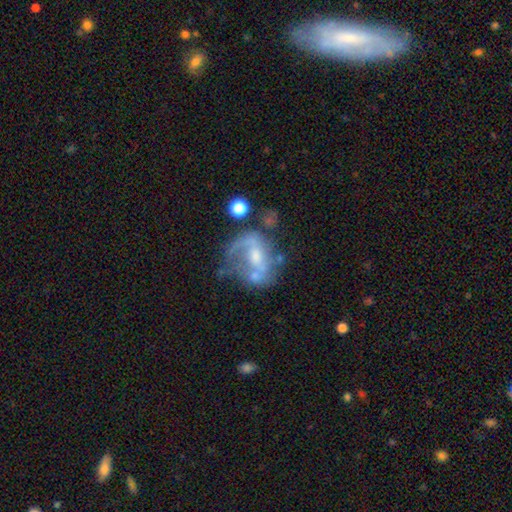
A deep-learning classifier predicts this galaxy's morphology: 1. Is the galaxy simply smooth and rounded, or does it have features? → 71% featured or disk, 19% smooth, 10% star or artifact.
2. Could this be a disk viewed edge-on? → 97% no, 3% yes.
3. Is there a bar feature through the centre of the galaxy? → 43% no (tied), 43% weak (tied), 14% strong.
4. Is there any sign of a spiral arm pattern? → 70% yes, 30% no.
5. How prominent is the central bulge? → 46% moderate, 36% small, 12% none, 5% large, 1% dominant.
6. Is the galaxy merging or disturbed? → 36% none, 29% major disturbance, 20% minor disturbance, 15% merger.